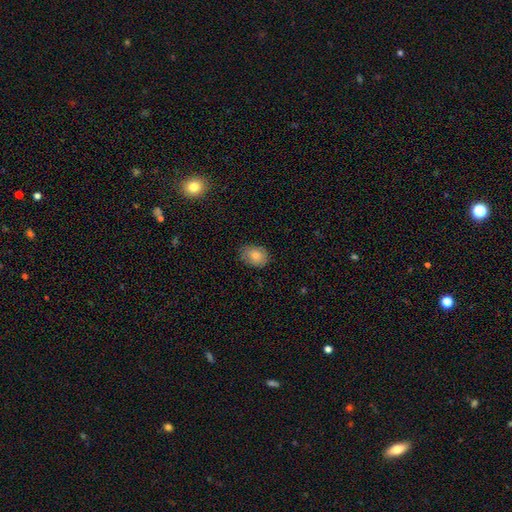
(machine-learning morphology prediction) type=smooth (83%); roundness=in between (64%); merging=none (78%).